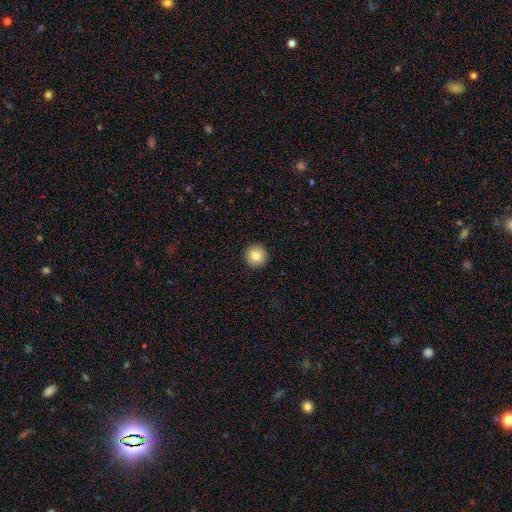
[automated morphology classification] Overall: smooth (83%). How rounded: round (95%). Merging: none (93%).